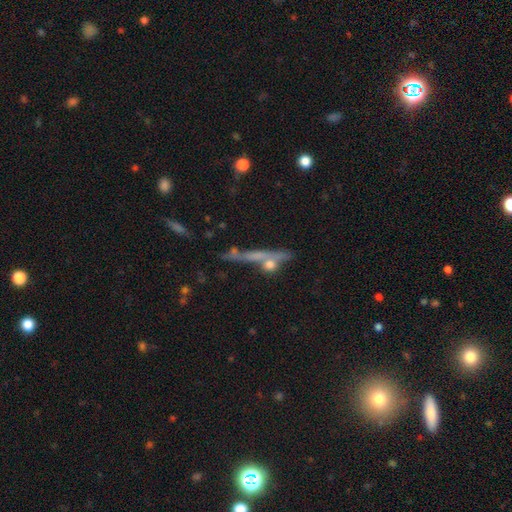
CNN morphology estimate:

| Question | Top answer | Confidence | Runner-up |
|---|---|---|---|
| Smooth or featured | featured or disk | 50% | smooth (35%) |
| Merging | none | 56% | merger (19%) |